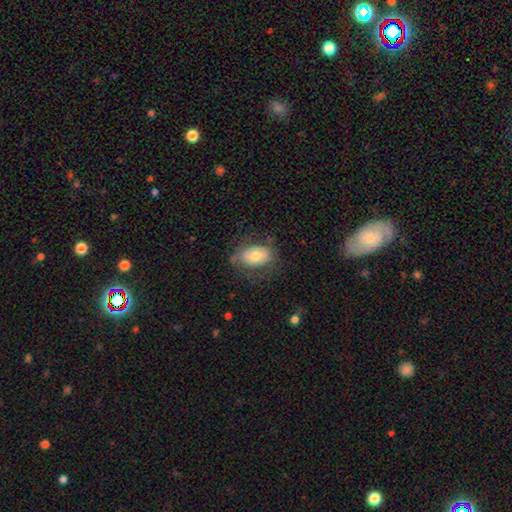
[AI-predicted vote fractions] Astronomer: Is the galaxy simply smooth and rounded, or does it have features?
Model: smooth — 64%.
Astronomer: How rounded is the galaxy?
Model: in between — 84%.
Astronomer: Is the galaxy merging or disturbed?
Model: none — 60%.